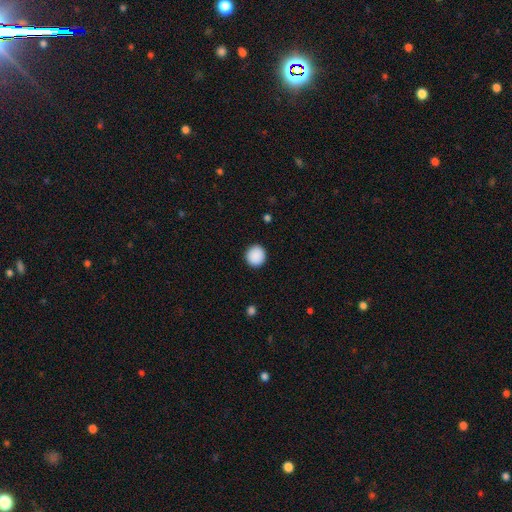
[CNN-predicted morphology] Smooth or featured? Predicted: smooth (p=0.90). How rounded? Predicted: round (p=0.93). Merging? Predicted: none (p=0.92).